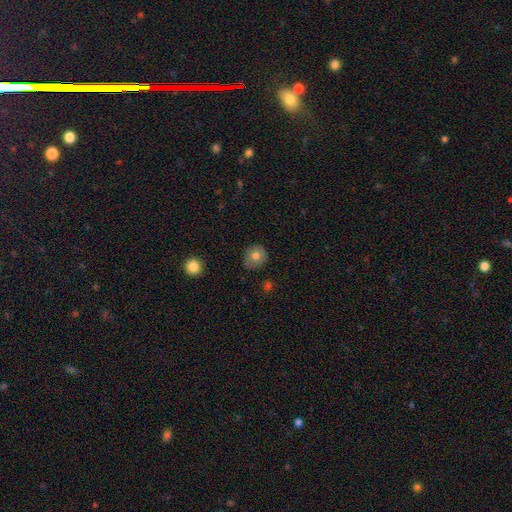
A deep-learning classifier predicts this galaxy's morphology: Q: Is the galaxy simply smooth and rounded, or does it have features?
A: smooth — 74%.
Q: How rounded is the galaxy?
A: round — 83%.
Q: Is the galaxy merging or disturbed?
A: none — 76%.